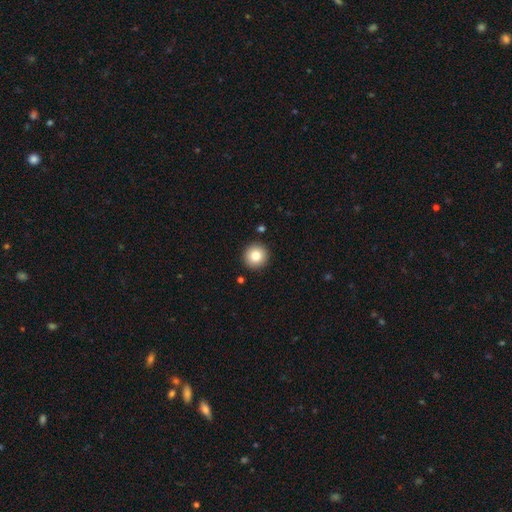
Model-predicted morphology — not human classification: Smooth or featured: smooth — 81% (star or artifact — 10%)
How rounded: round — 95% (in between — 4%)
Merging: none — 92% (minor disturbance — 5%)